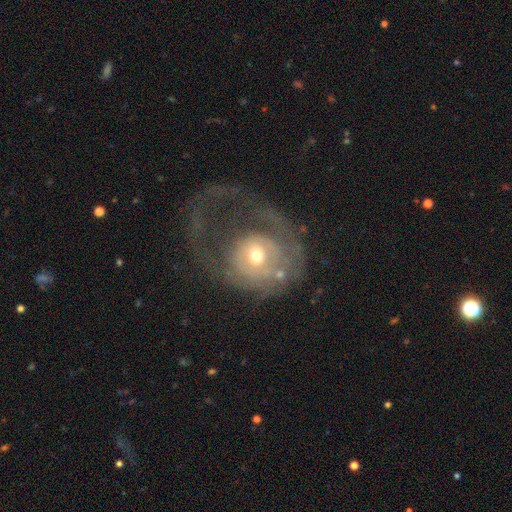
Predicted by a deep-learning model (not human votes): Morphology: type=featured or disk (66%); edge-on=no (96%); bar=no (76%); spiral arms=yes (63%); bulge=moderate (56%); merging=major disturbance (54%).